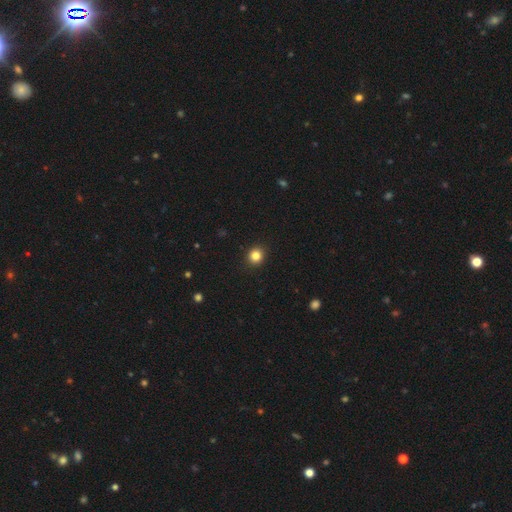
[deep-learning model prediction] smooth 84%, star or artifact 12%, featured or disk 5%. Down the decision tree: how rounded — round (89%); merging — none (92%).